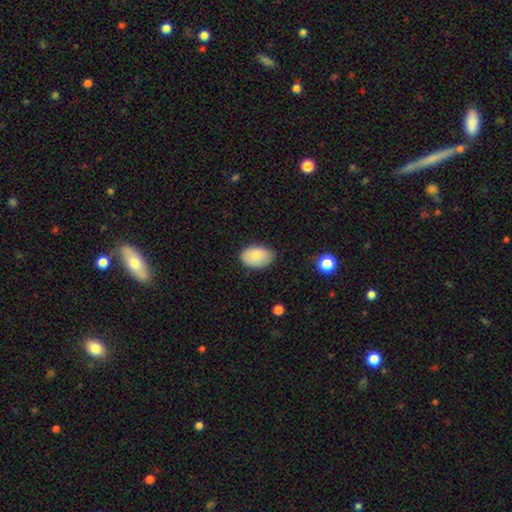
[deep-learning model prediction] Smooth or featured: smooth — 87% (star or artifact — 7%)
How rounded: in between — 91% (round — 8%)
Merging: none — 78% (minor disturbance — 17%)